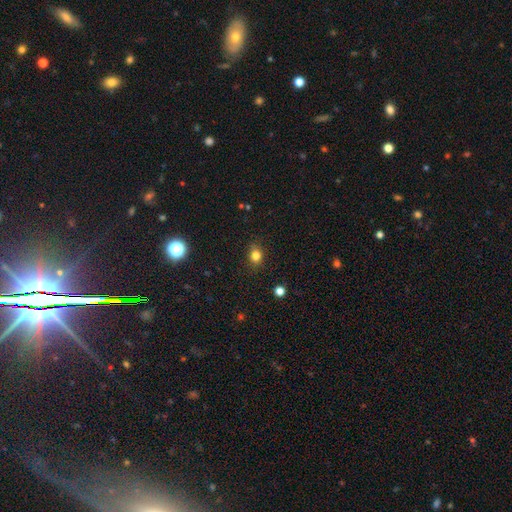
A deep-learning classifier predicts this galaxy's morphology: Smooth or featured: smooth — 80% (star or artifact — 14%)
How rounded: round — 62% (in between — 37%)
Merging: none — 80% (minor disturbance — 15%)